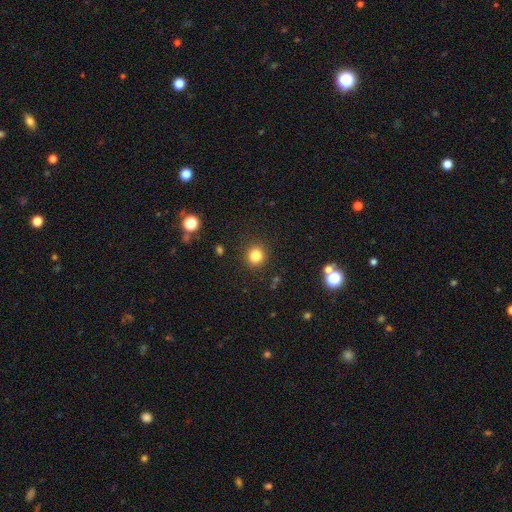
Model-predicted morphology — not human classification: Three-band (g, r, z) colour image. It shows a smooth galaxy with no disk features (82%) that is round (89%). Merging: none (90%).